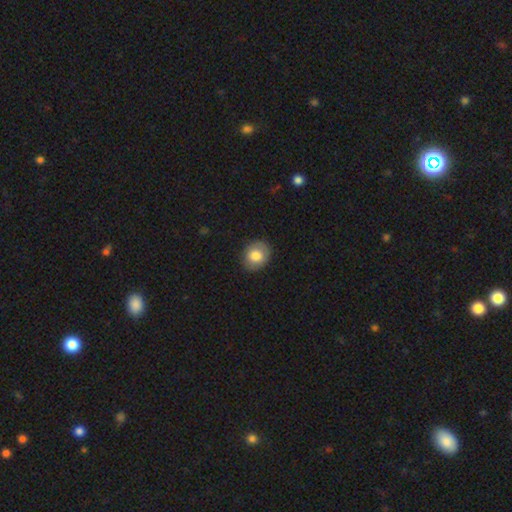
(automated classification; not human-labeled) Overall: smooth (79%). How rounded: round (63%; in between 36%). Merging: none (85%).